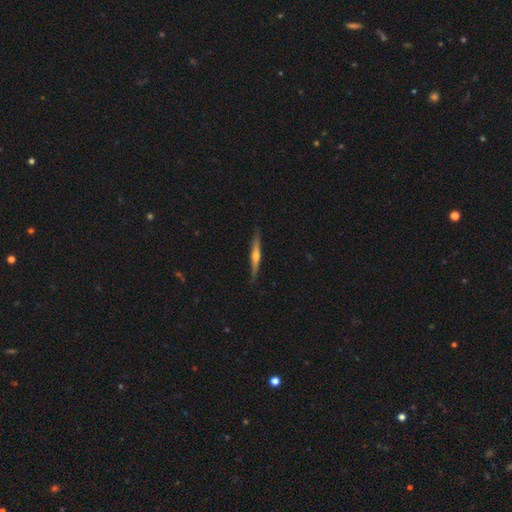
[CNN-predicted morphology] Overall: featured or disk (66%; smooth 29%). Edge-on disk: yes (97%). Edge-on bulge: rounded (84%). Merging: none (87%).